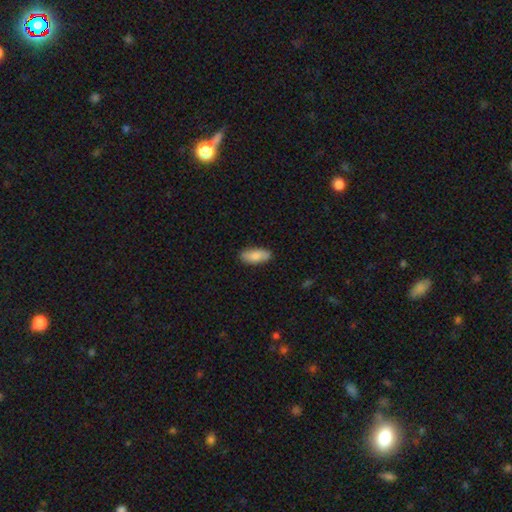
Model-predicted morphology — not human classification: The model was most divided on "how rounded": in between: 83%, cigar-shaped: 15%, round: 2%. More confident: merging — none (86%); smooth or featured — smooth (85%).